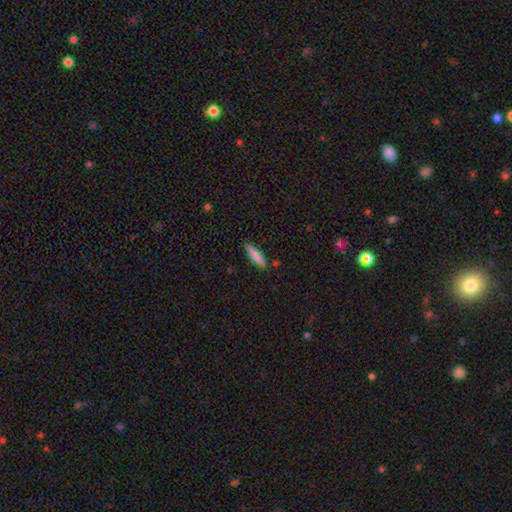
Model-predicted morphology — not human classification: Smooth or featured?
  - smooth: 84% *
  - featured or disk: 10%
  - star or artifact: 7%
How rounded?
  - cigar-shaped: 70% *
  - in between: 28%
  - round: 1%
Merging?
  - none: 79% *
  - minor disturbance: 15%
  - major disturbance: 3%
  - merger: 3%